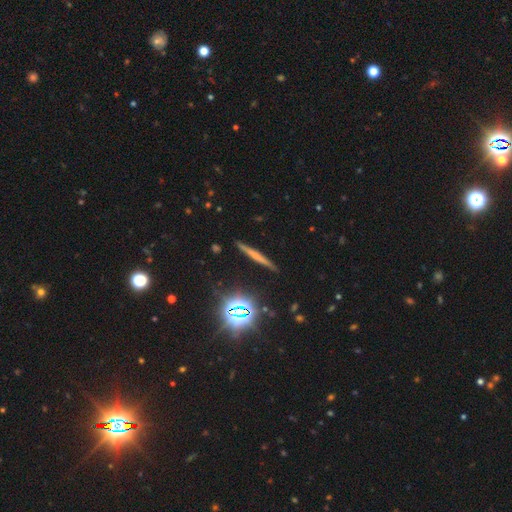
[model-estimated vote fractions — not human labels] smooth_or_featured: smooth (p=0.43) [alt: featured or disk p=0.40]
merging: none (p=0.89) [alt: minor disturbance p=0.07]